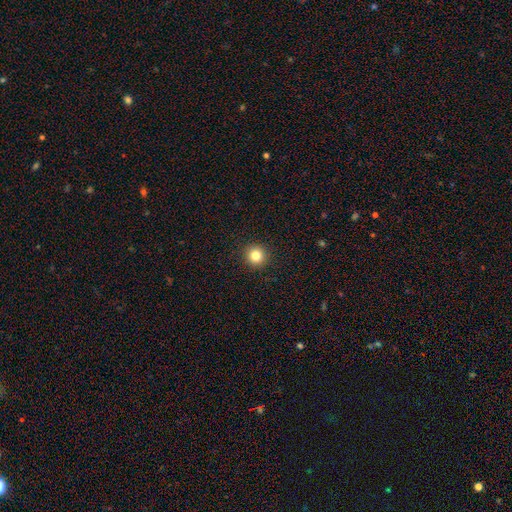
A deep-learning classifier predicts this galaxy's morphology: Overall: smooth (82%). How rounded: round (95%). Merging: none (93%).